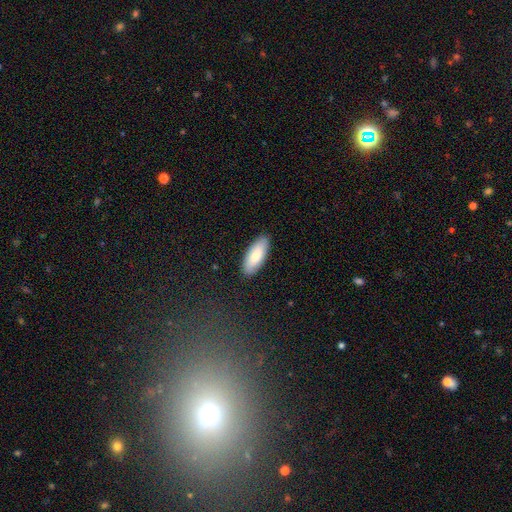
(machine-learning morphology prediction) A smooth galaxy with no disk features (84%) that is in between round and cigar-shaped (78%). Merging: none (89%).